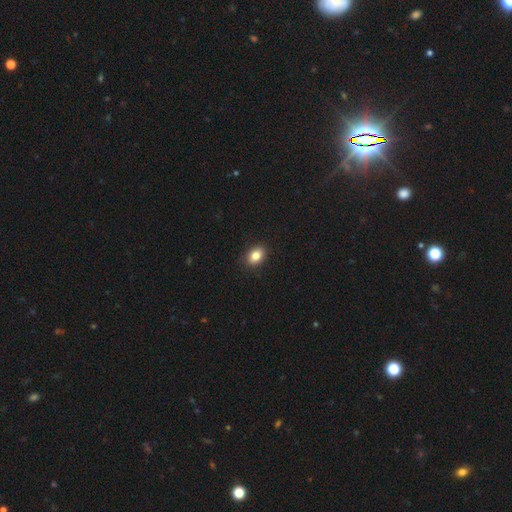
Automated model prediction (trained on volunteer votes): smooth-or-featured: smooth: 84% | star or artifact: 9% | featured or disk: 7%
  how-rounded: in between: 79% | round: 19% | cigar-shaped: 1%
  merging: none: 88% | minor disturbance: 9% | major disturbance: 2% | merger: 1%